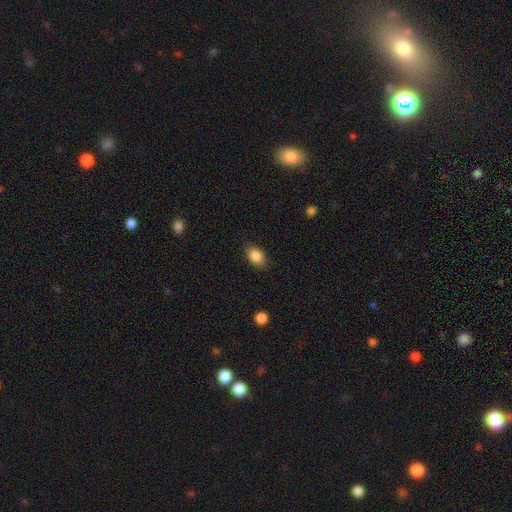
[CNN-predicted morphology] The model was most divided on "merging": none: 86%, minor disturbance: 11%, major disturbance: 3%, merger: 1%. More confident: how rounded — in between (87%); smooth or featured — smooth (86%).